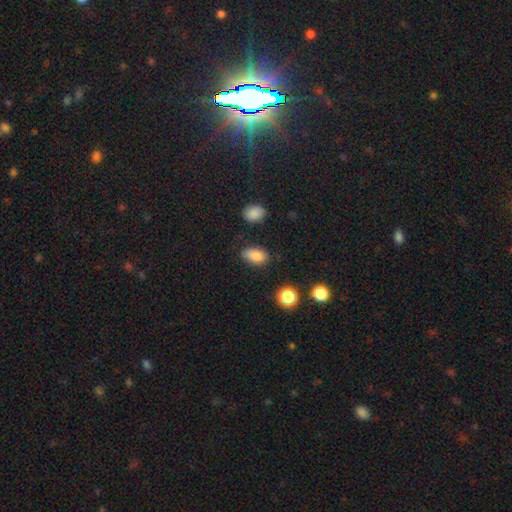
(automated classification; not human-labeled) Q: Smooth or featured?
A: smooth (85%); runner-up: star or artifact (10%)
Q: How rounded?
A: in between (90%); runner-up: round (8%)
Q: Merging?
A: none (79%); runner-up: minor disturbance (15%)